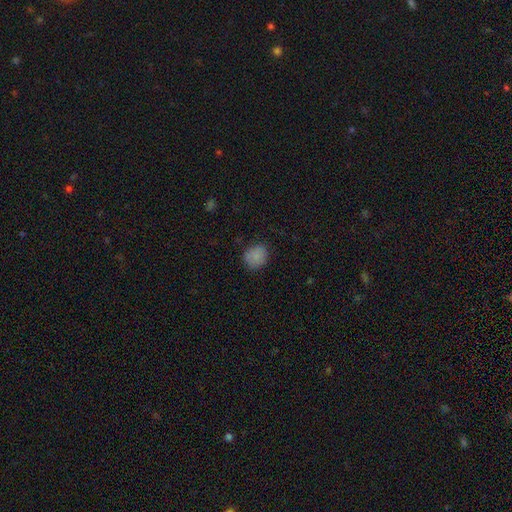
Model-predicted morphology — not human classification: This appears to be a smooth galaxy with no disk features (83%) that is round (66%). Merging: none (77%).